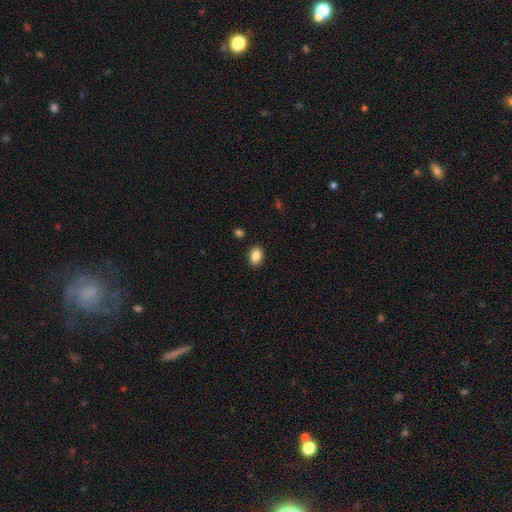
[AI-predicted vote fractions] A smooth galaxy with no disk features (87%) that is in between round and cigar-shaped (79%).

Vote fractions:
- Smooth or featured? smooth: 87% / star or artifact: 8% / featured or disk: 5%
- How rounded? in between: 79% / round: 19% / cigar-shaped: 1%
- Merging? none: 89% / minor disturbance: 8% / major disturbance: 2% / merger: 2%